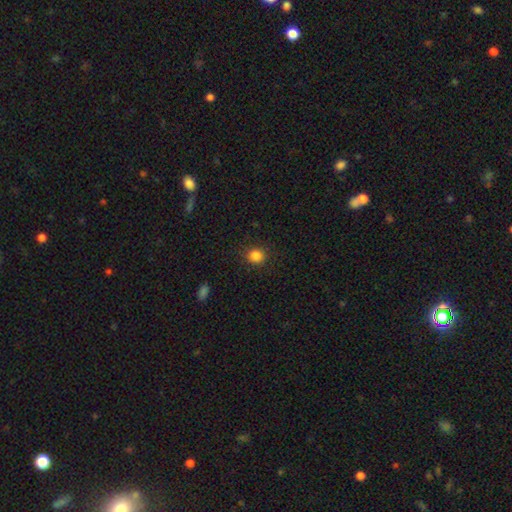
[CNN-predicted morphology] Smooth or featured?
  - smooth: 86% *
  - star or artifact: 11%
  - featured or disk: 3%
How rounded?
  - round: 82% *
  - in between: 17%
  - cigar-shaped: 1%
Merging?
  - none: 88% *
  - minor disturbance: 8%
  - major disturbance: 3%
  - merger: 1%